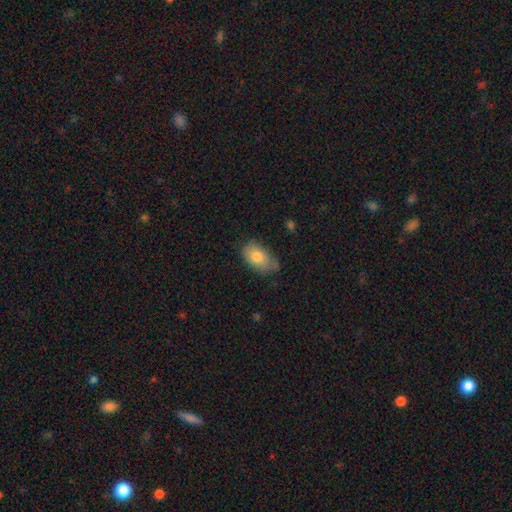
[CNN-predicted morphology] Smooth or featured?
  - smooth: 78% *
  - featured or disk: 14%
  - star or artifact: 7%
How rounded?
  - in between: 90% *
  - round: 8%
  - cigar-shaped: 1%
Merging?
  - none: 62% *
  - minor disturbance: 30%
  - major disturbance: 5%
  - merger: 2%